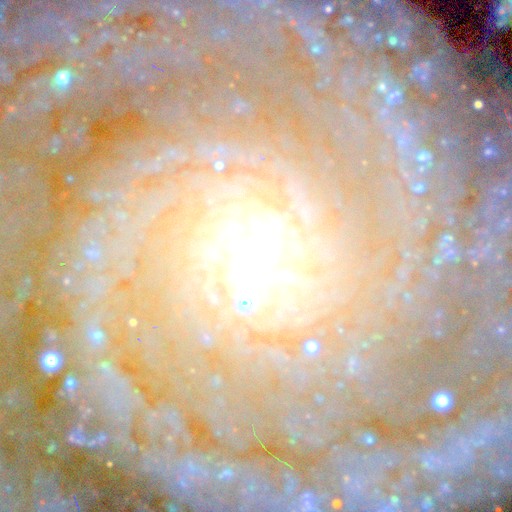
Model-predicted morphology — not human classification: Q: Smooth or featured?
A: featured or disk (84%); runner-up: star or artifact (10%)
Q: Edge-on disk?
A: no (97%); runner-up: yes (3%)
Q: Bar?
A: no (63%); runner-up: weak (25%)
Q: Spiral arms?
A: yes (97%); runner-up: no (3%)
Q: Spiral winding?
A: tight (65%); runner-up: medium (25%)
Q: Spiral arm count?
A: can't tell (21%); runner-up: 2 (18%)
Q: Bulge size?
A: small (54%); runner-up: moderate (38%)
Q: Merging?
A: none (70%); runner-up: minor disturbance (15%)